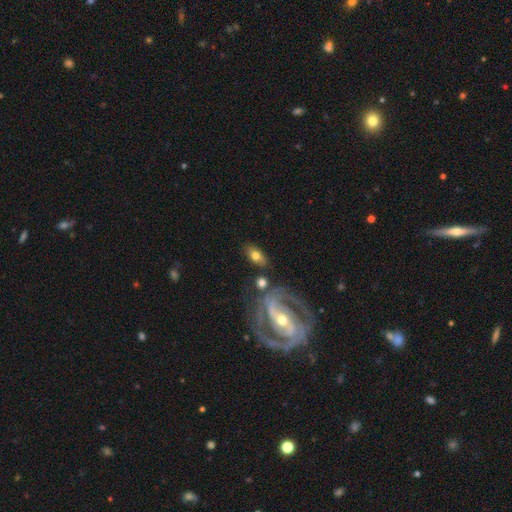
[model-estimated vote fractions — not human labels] This is likely a smooth galaxy (60%). How rounded: clearly in between (87%). Merging: likely none (71%).